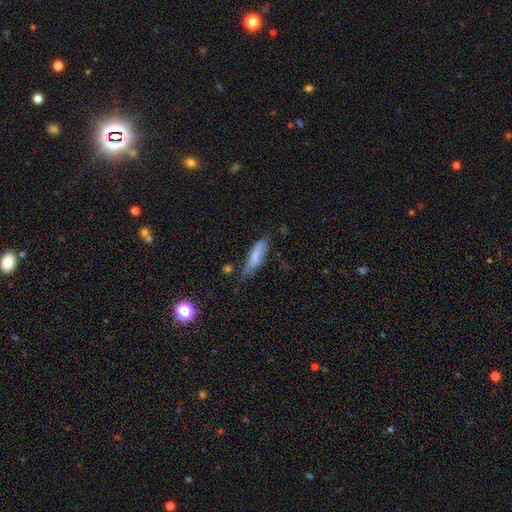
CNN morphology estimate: type=smooth (66%); roundness=cigar-shaped (65%); merging=none (52%).